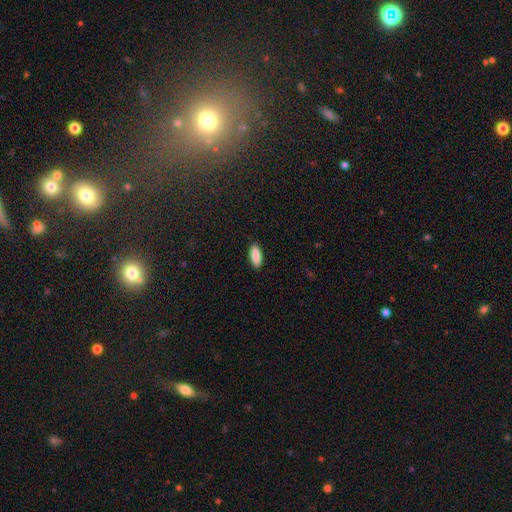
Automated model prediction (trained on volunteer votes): A smooth galaxy with no disk features (88%) that is in between round and cigar-shaped (75%). Merging: none (90%).